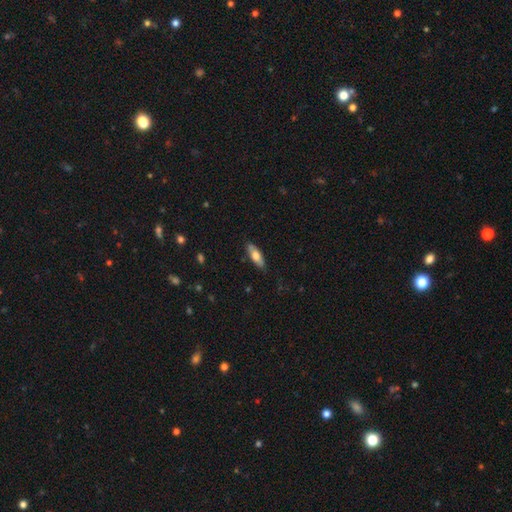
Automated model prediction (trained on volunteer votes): This is likely a smooth galaxy (63%). How rounded: possibly in between (57%). Merging: clearly none (85%).